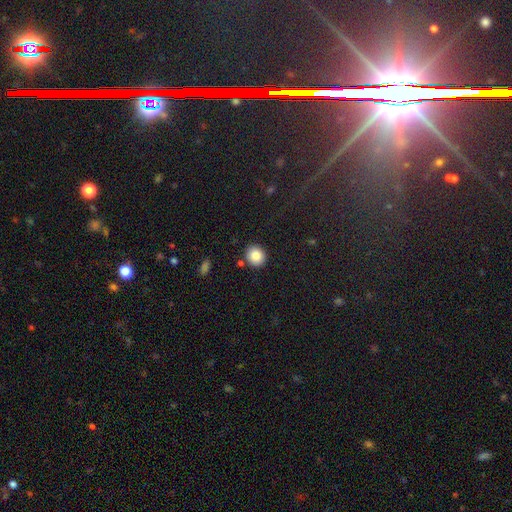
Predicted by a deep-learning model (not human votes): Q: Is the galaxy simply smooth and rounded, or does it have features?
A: smooth — 86%.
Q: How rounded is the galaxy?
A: round — 82%.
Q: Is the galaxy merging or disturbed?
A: none — 87%.